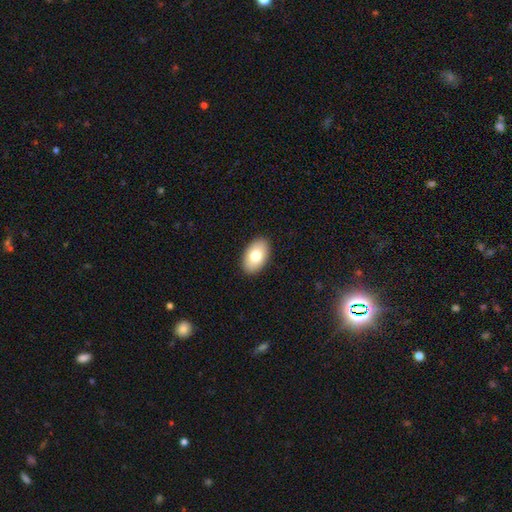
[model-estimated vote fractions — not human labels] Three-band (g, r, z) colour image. It shows a smooth galaxy with no disk features (78%) that is in between round and cigar-shaped (94%). Merging: none (90%).